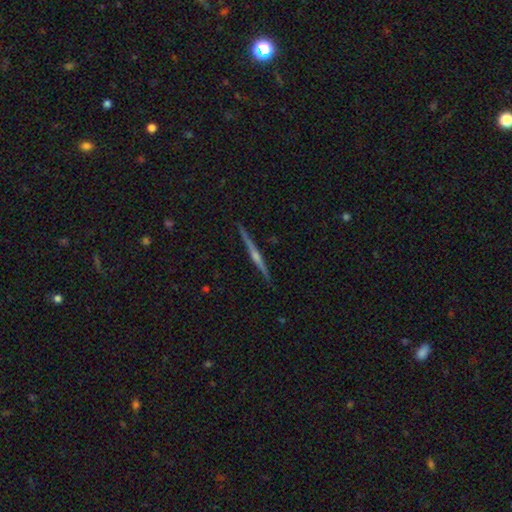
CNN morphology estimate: A featured or disk galaxy (75%) viewed edge-on (98%) with a rounded central bulge (73%).

Vote fractions:
- Smooth or featured? featured or disk: 75% / smooth: 15% / star or artifact: 10%
- Edge-on disk? yes: 98% / no: 2%
- Edge-on bulge? rounded: 73% / none: 18% / boxy: 9%
- Merging? none: 91% / minor disturbance: 6% / major disturbance: 2% / merger: 1%